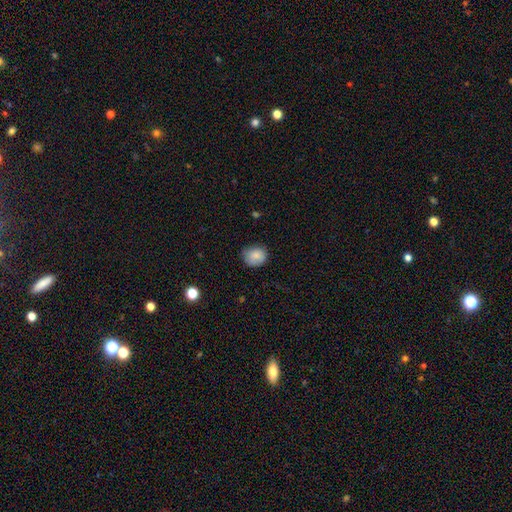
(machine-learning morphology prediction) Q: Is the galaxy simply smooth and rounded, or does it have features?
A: smooth — 82%.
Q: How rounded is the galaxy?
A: round — 64%.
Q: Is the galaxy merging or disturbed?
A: none — 65%.